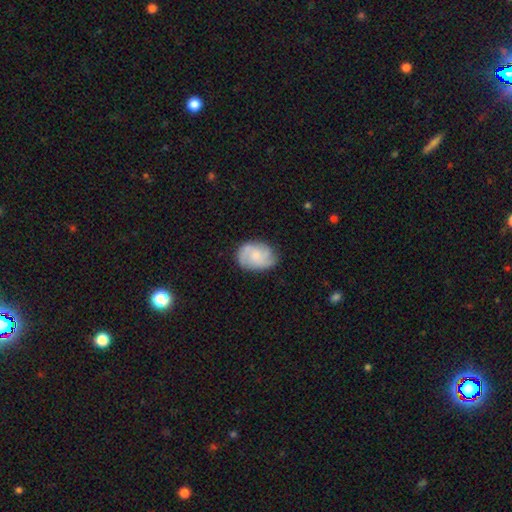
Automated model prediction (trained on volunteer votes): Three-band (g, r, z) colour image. It shows a featured or disk galaxy (56%) with no bar (71%), spiral arms (89%) and a small central bulge (45%). Merging: none (70%).